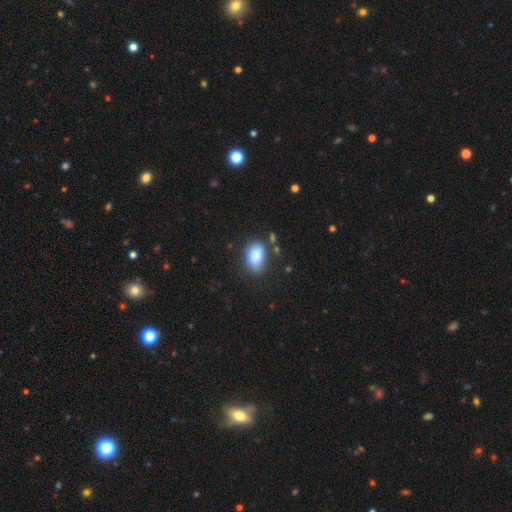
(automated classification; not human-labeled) smooth-or-featured: smooth: 85% | featured or disk: 8% | star or artifact: 7%
  how-rounded: in between: 88% | round: 10% | cigar-shaped: 1%
  merging: none: 61% | minor disturbance: 24% | major disturbance: 8% | merger: 7%